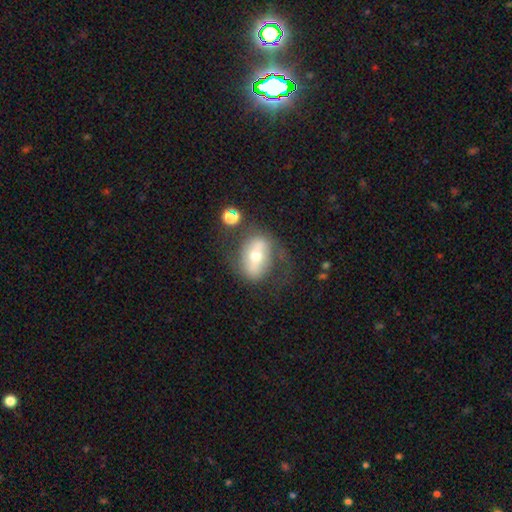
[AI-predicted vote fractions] Smooth or featured: featured or disk — 55% (smooth — 36%)
Edge-on disk: no — 87% (yes — 13%)
Merging: none — 54% (minor disturbance — 20%)